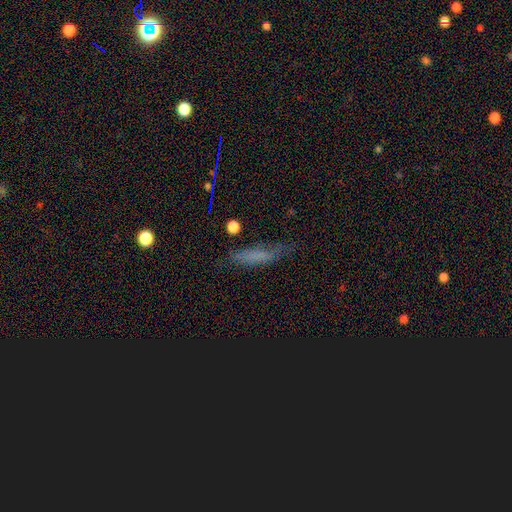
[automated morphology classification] Overall: smooth (59%; featured or disk 24%). How rounded: cigar-shaped (70%). Merging: none (56%; minor disturbance 27%).